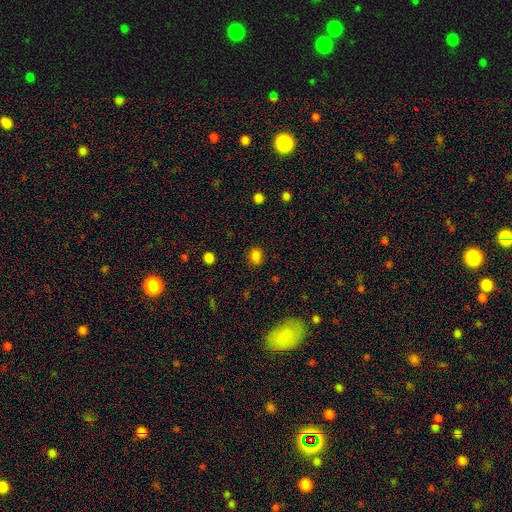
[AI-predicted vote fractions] A smooth galaxy with no disk features (82%) that is in between round and cigar-shaped (53%). Merging: none (82%).